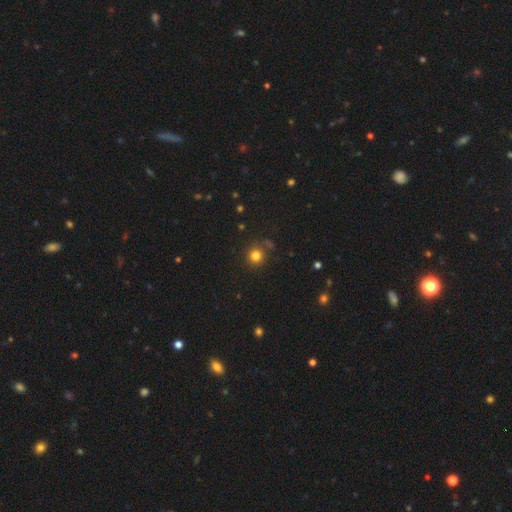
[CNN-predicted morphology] This is clearly a smooth galaxy (81%). How rounded: clearly round (93%). Merging: clearly none (83%).